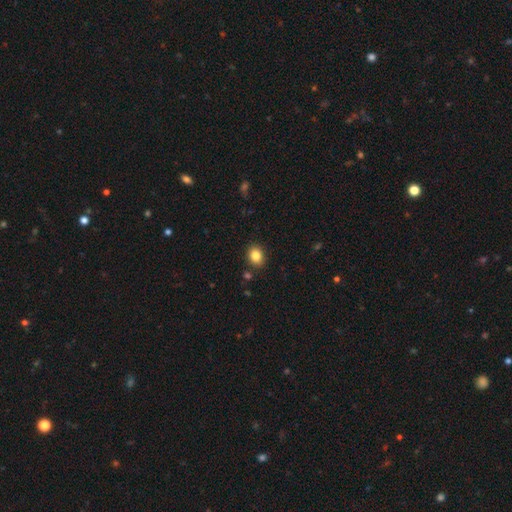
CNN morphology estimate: Smooth or featured? smooth (84%)
How rounded? round (51%)
Merging? none (87%)